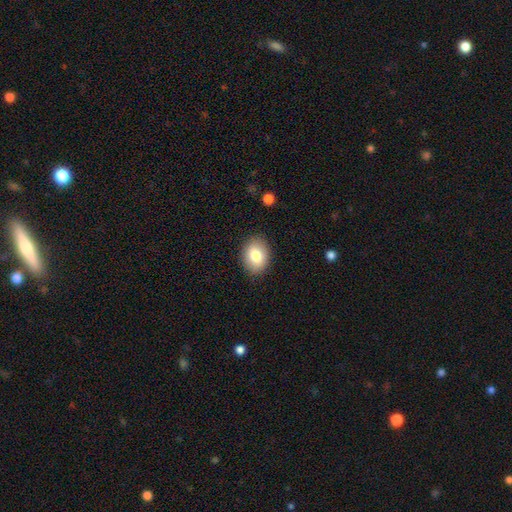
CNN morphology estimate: Overall: smooth (82%). How rounded: in between (73%). Merging: none (87%).